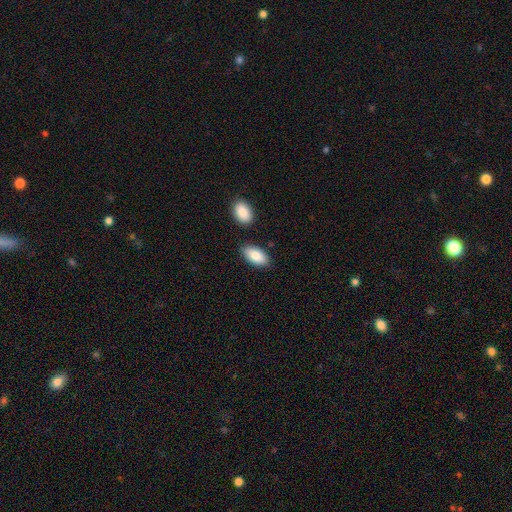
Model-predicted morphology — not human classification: smooth-or-featured: smooth: 86% | featured or disk: 8% | star or artifact: 6%
  how-rounded: in between: 94% | cigar-shaped: 4% | round: 3%
  merging: none: 81% | minor disturbance: 11% | merger: 6% | major disturbance: 2%